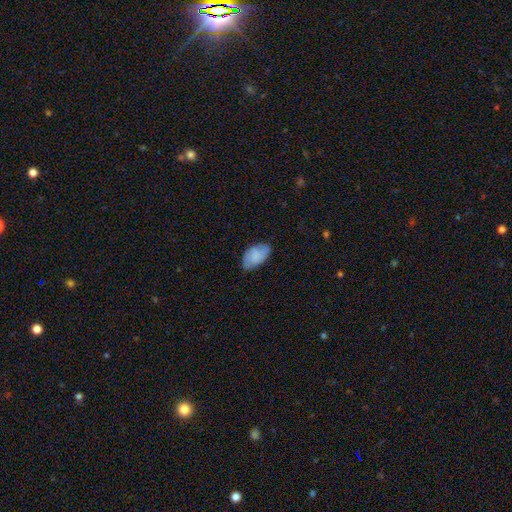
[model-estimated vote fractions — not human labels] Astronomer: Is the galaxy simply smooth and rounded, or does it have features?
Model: smooth — 70%.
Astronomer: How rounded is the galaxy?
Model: in between — 94%.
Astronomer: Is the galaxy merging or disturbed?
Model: none — 66%.